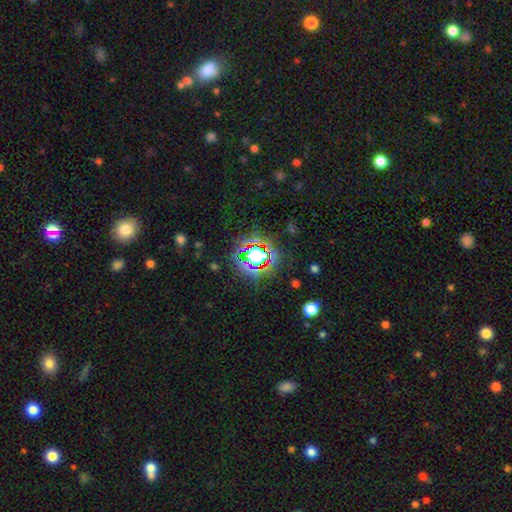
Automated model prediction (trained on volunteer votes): smooth-or-featured: star or artifact: 65% | smooth: 23% | featured or disk: 12%